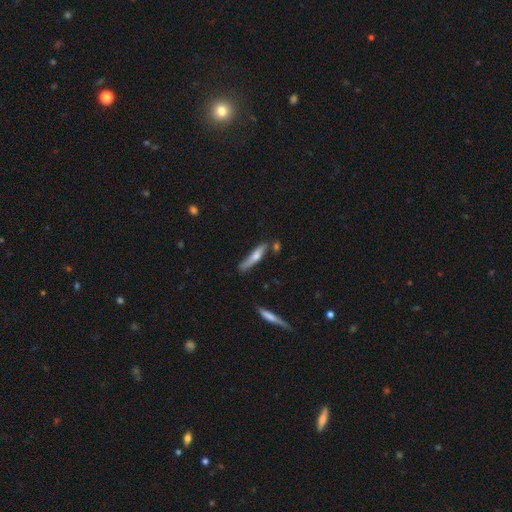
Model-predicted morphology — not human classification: A smooth galaxy with no disk features (53%) that is cigar-shaped (88%). Merging: none (71%).